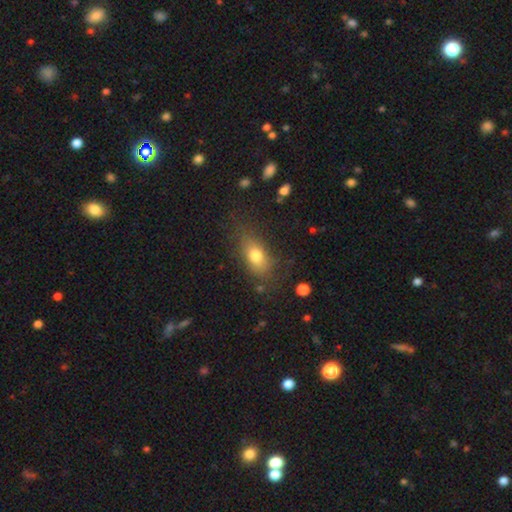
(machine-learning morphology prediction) type=smooth (76%); roundness=in between (80%); merging=none (72%).